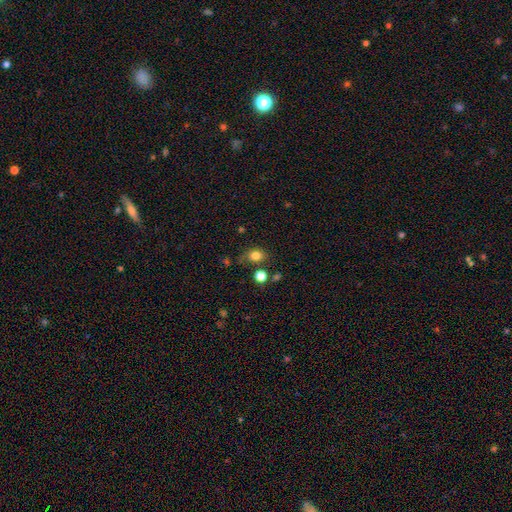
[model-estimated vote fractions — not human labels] Overall: smooth (80%). How rounded: round (58%; in between 41%). Merging: none (66%).